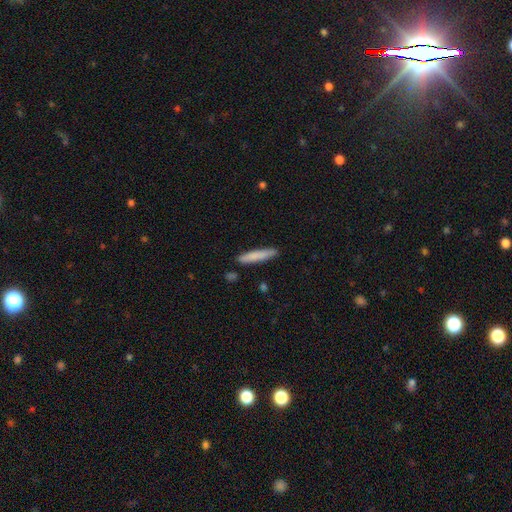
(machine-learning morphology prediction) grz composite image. It shows a smooth galaxy with no disk features (79%) that is cigar-shaped (91%). Merging: none (87%).